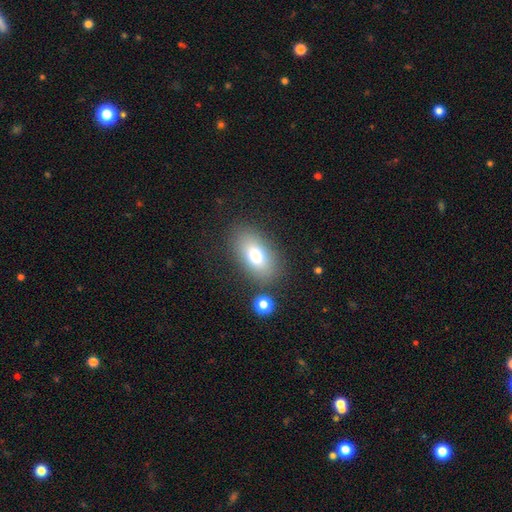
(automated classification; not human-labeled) smooth-or-featured: smooth: 73% | featured or disk: 16% | star or artifact: 11%
  how-rounded: in between: 86% | round: 11% | cigar-shaped: 3%
  merging: none: 80% | minor disturbance: 10% | merger: 5% | major disturbance: 4%